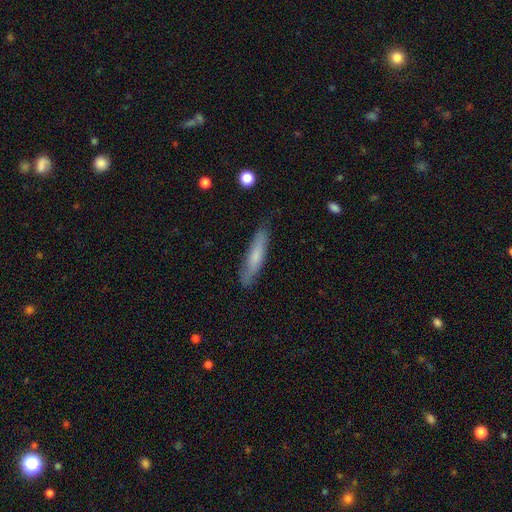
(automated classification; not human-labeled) Smooth or featured? smooth (63%)
How rounded? cigar-shaped (84%)
Merging? none (81%)